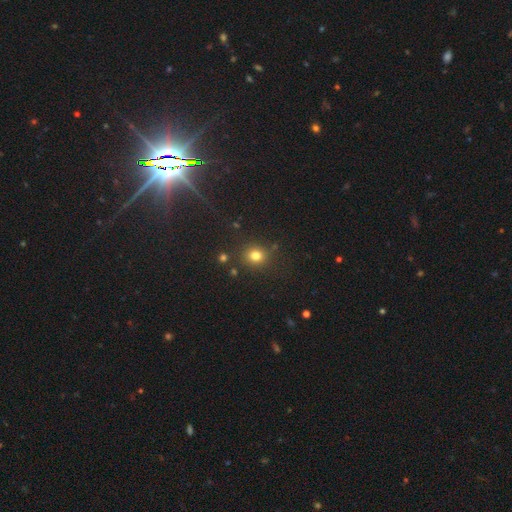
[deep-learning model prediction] The model was most divided on "smooth or featured": smooth: 78%, star or artifact: 16%, featured or disk: 6%. More confident: how rounded — round (84%); merging — none (81%).